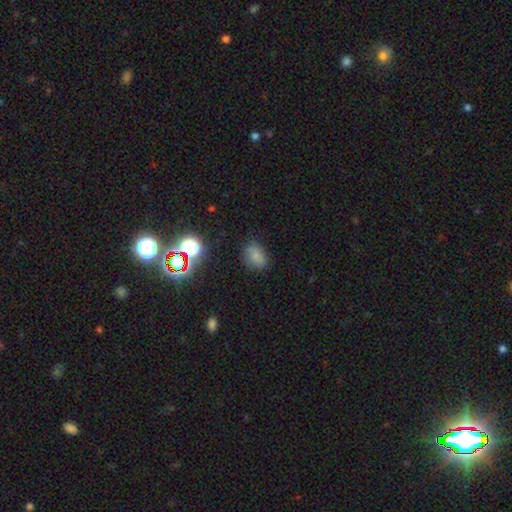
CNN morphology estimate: This appears to be a smooth galaxy with no disk features (69%) that is in between round and cigar-shaped (67%). Merging: none (75%).